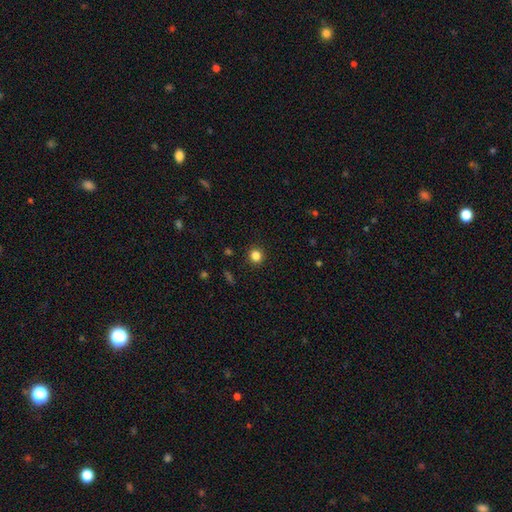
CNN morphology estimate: Smooth or featured: smooth — 84% (star or artifact — 12%)
How rounded: round — 91% (in between — 8%)
Merging: none — 92% (minor disturbance — 5%)